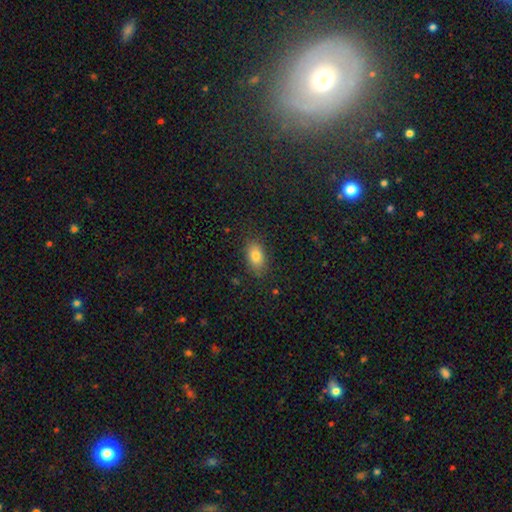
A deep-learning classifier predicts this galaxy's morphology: type=smooth (82%); roundness=in between (87%); merging=none (83%).